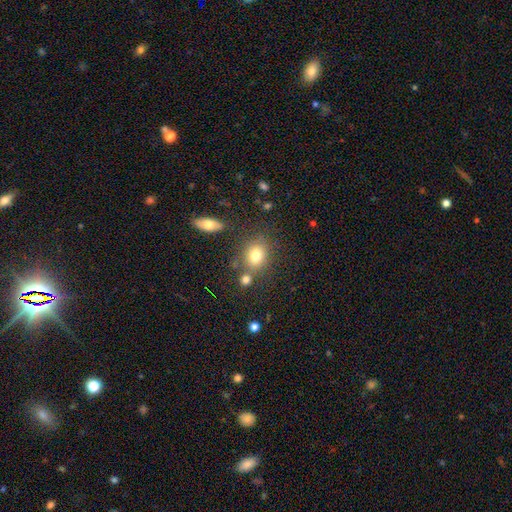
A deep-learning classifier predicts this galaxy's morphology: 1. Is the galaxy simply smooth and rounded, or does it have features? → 77% smooth, 12% star or artifact, 11% featured or disk.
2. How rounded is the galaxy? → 54% in between, 45% round, 1% cigar-shaped.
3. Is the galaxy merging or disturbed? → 70% none, 13% minor disturbance, 13% merger, 5% major disturbance.